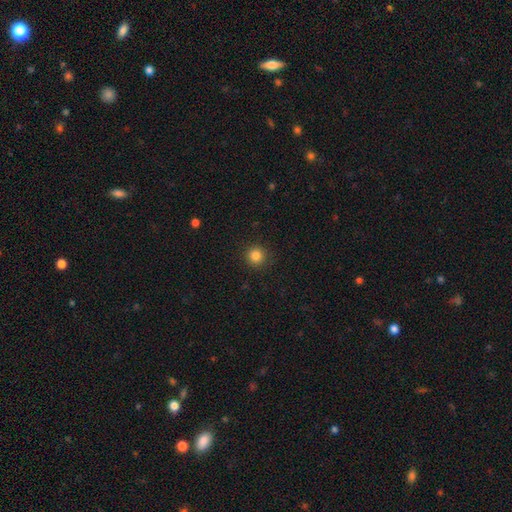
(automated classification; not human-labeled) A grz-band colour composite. It shows a smooth galaxy with no disk features (84%) that is round (95%). Merging: none (91%).